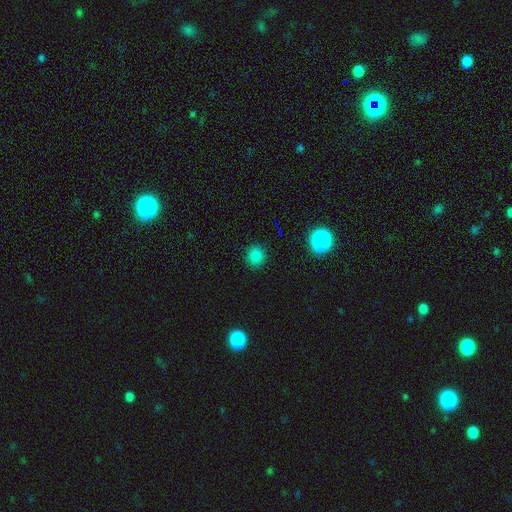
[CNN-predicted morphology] type=smooth (80%); roundness=round (87%); merging=none (90%).